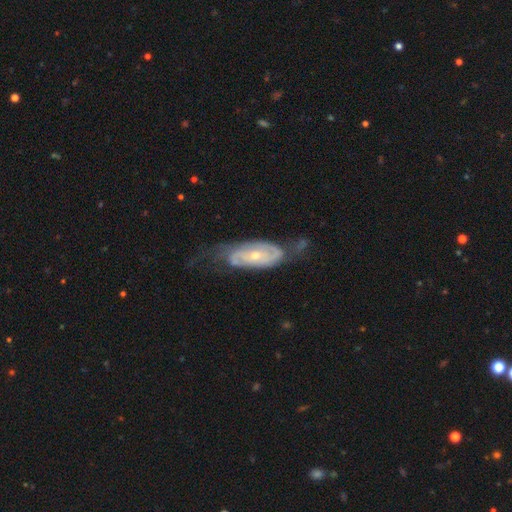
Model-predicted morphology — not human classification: Smooth or featured: featured or disk — 80% (smooth — 14%)
Edge-on disk: no — 90% (yes — 10%)
Bar: no — 68% (weak — 23%)
Spiral arms: yes — 87% (no — 13%)
Spiral winding: tight — 57% (medium — 30%)
Spiral arm count: 2 — 55% (can't tell — 30%)
Bulge size: small — 55% (moderate — 42%)
Merging: none — 50% (minor disturbance — 27%)